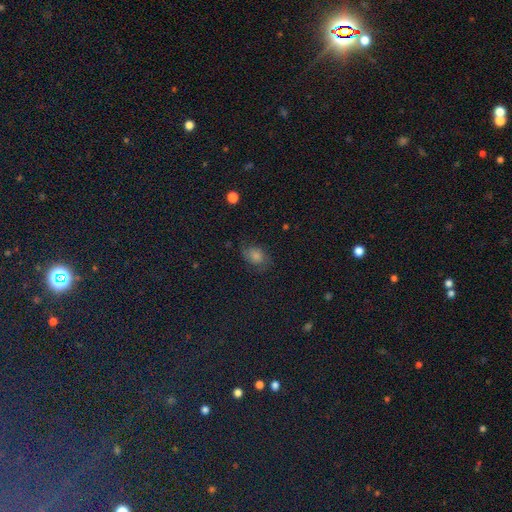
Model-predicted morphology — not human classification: The model was most divided on "smooth or featured": smooth: 50%, star or artifact: 29%, featured or disk: 21%. More confident: merging — none (71%).